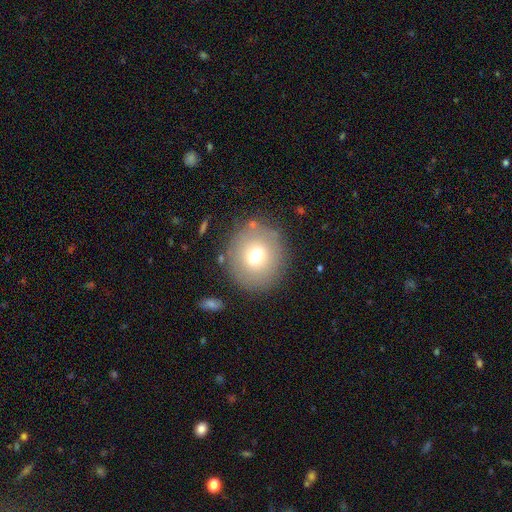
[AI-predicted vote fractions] Morphology: type=smooth (67%); roundness=round (86%); merging=none (81%).